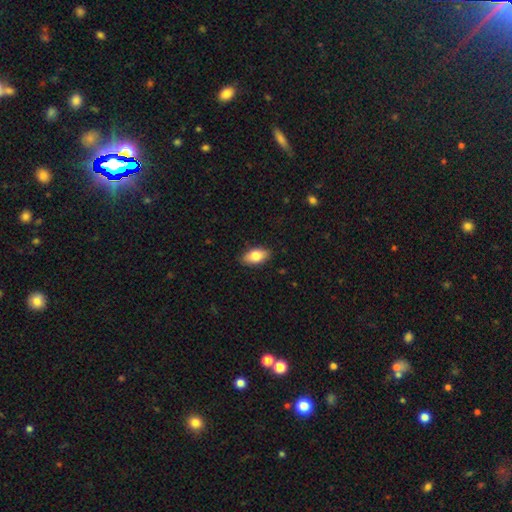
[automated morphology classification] The model was most divided on "smooth or featured": smooth: 82%, featured or disk: 12%, star or artifact: 7%. More confident: how rounded — in between (91%); merging — none (87%).